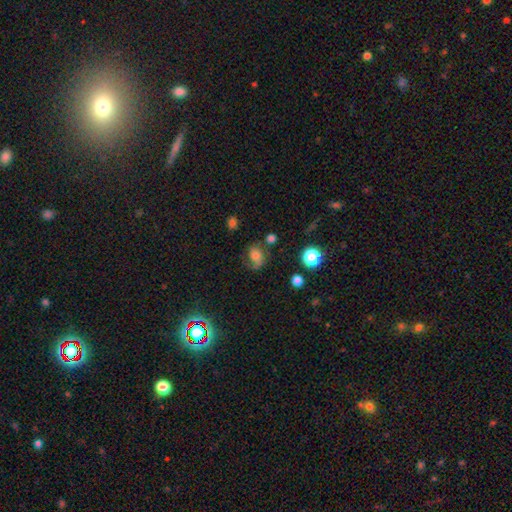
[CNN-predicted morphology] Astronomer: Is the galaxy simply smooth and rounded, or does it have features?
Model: smooth — 49% (runner-up: featured or disk, 36%).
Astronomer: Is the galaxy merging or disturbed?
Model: none — 48% (runner-up: minor disturbance, 24%).